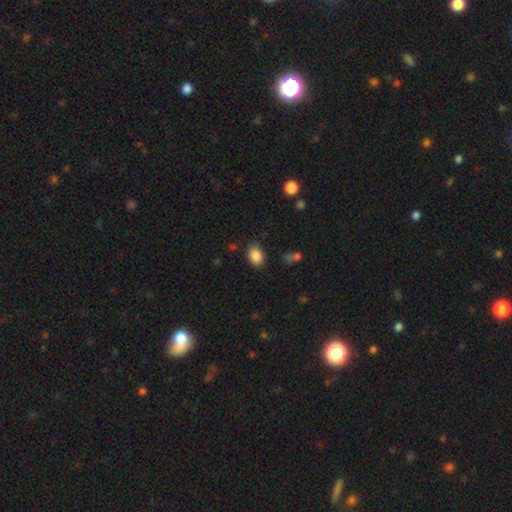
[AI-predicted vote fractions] smooth_or_featured: smooth (p=0.86) [alt: star or artifact p=0.09]
how_rounded: in between (p=0.71) [alt: round p=0.28]
merging: none (p=0.79) [alt: minor disturbance p=0.15]